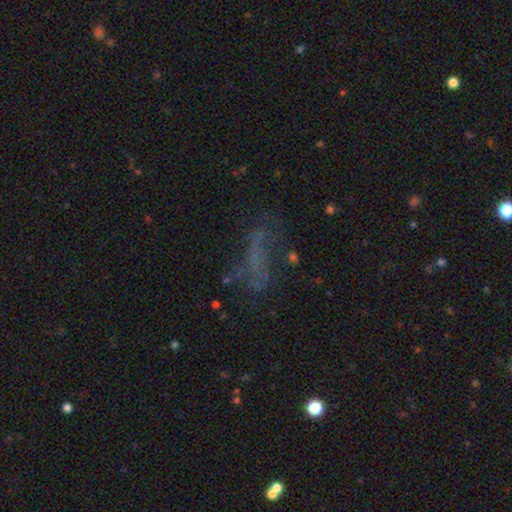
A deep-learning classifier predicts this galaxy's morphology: A smooth galaxy with no disk features (35%). Merging: none (53%).